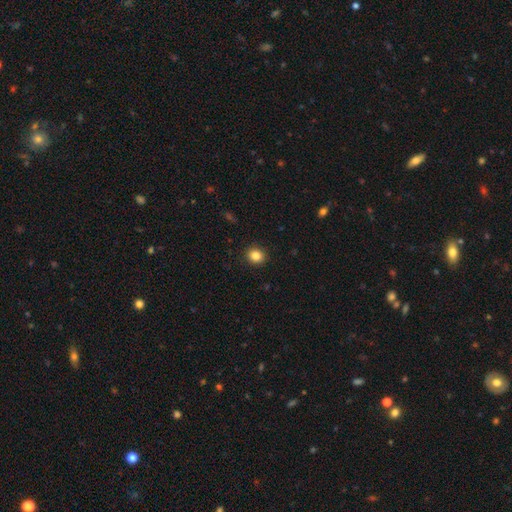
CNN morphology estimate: smooth 84%, star or artifact 11%, featured or disk 5%. Down the decision tree: how rounded — round (80%); merging — none (91%).